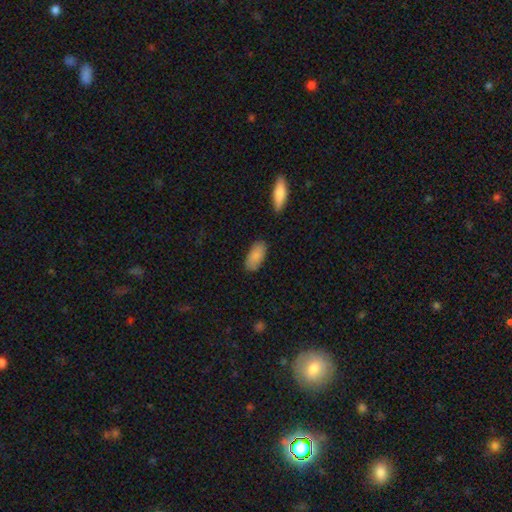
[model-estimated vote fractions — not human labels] A smooth galaxy with no disk features (86%) that is in between round and cigar-shaped (92%).

Vote fractions:
- Smooth or featured? smooth: 86% / featured or disk: 8% / star or artifact: 6%
- How rounded? in between: 92% / cigar-shaped: 6% / round: 2%
- Merging? none: 82% / minor disturbance: 13% / major disturbance: 3% / merger: 2%